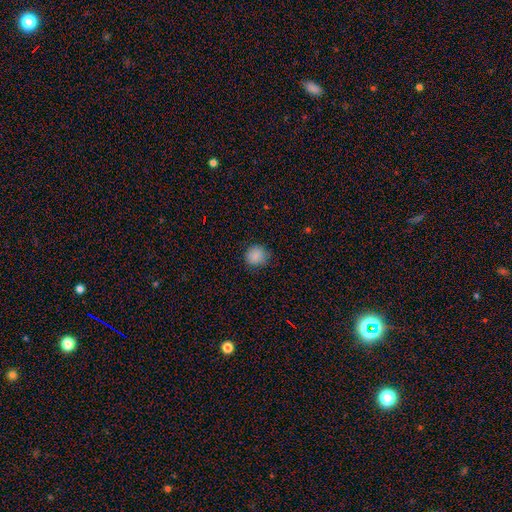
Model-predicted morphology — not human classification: Smooth or featured?
  - smooth: 86% *
  - star or artifact: 10%
  - featured or disk: 4%
How rounded?
  - round: 87% *
  - in between: 12%
  - cigar-shaped: 1%
Merging?
  - none: 84% *
  - minor disturbance: 12%
  - major disturbance: 3%
  - merger: 1%